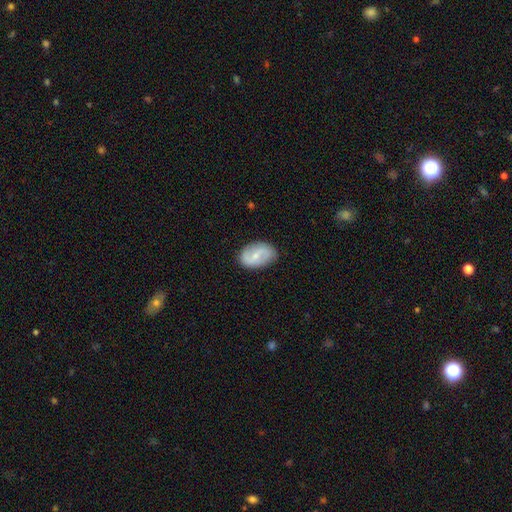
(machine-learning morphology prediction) Smooth or featured? Predicted: featured or disk (p=0.60). Edge-on disk? Predicted: no (p=0.96). Bar? Predicted: weak (p=0.52). Spiral arms? Predicted: yes (p=0.82). Bulge size? Predicted: small (p=0.61). Merging? Predicted: none (p=0.81).